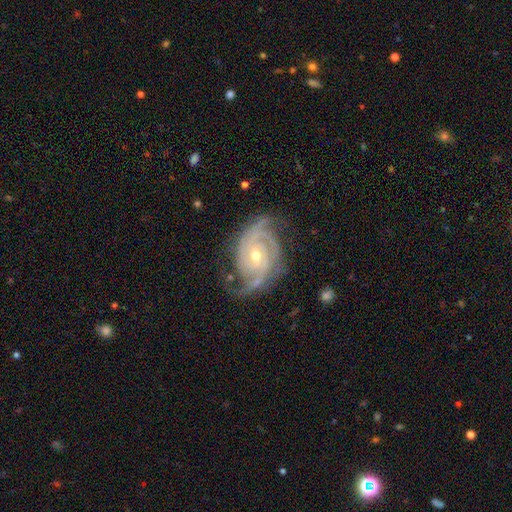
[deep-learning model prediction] Smooth or featured? featured or disk (92%)
Edge-on disk? no (97%)
Bar? no (62%)
Spiral arms? yes (98%)
Spiral winding? tight (62%)
Spiral arm count? 3 (38%)
Bulge size? moderate (52%)
Merging? none (69%)